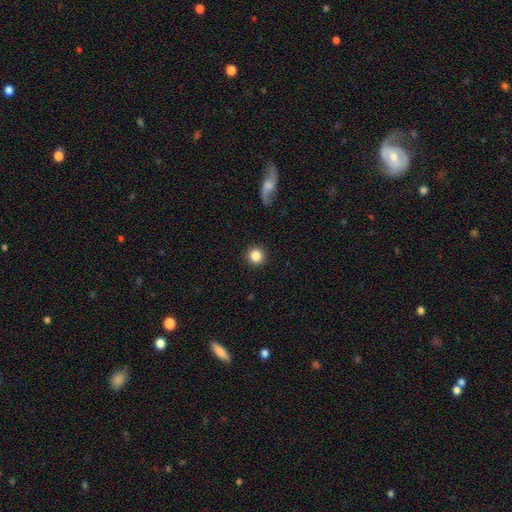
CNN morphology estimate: smooth-or-featured: smooth: 85% | star or artifact: 10% | featured or disk: 5%
  how-rounded: round: 94% | in between: 5% | cigar-shaped: 1%
  merging: none: 91% | minor disturbance: 5% | major disturbance: 3% | merger: 1%